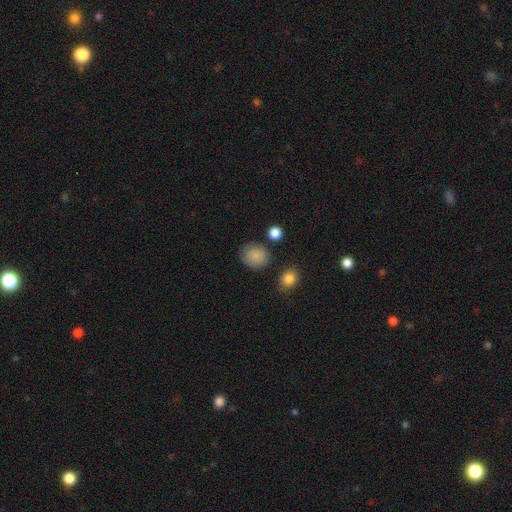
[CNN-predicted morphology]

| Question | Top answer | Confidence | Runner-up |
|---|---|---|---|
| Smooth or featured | smooth | 85% | star or artifact (10%) |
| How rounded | round | 73% | in between (26%) |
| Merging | none | 77% | minor disturbance (15%) |